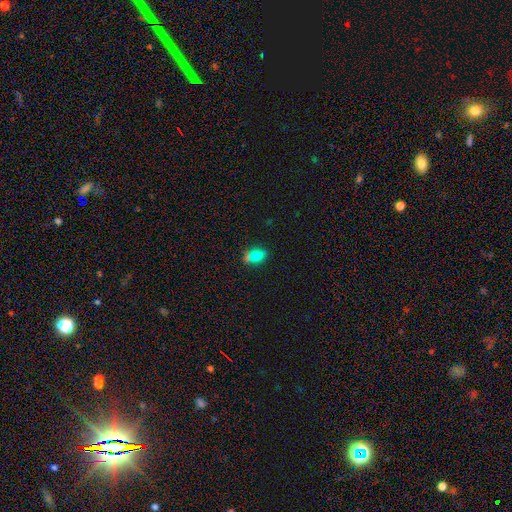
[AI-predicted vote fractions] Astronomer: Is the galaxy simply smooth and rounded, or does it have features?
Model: smooth — 75%.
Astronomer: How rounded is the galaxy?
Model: in between — 68%.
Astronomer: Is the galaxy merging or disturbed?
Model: none — 53%.